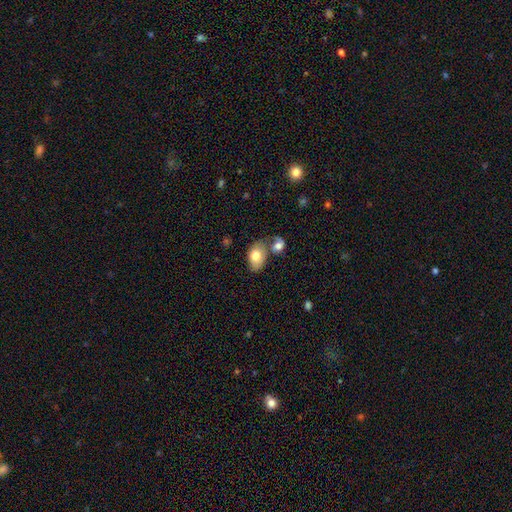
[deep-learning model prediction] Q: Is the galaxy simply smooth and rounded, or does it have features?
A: smooth — 75%.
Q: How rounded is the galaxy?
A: in between — 85%.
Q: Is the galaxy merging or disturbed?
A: none — 43%.